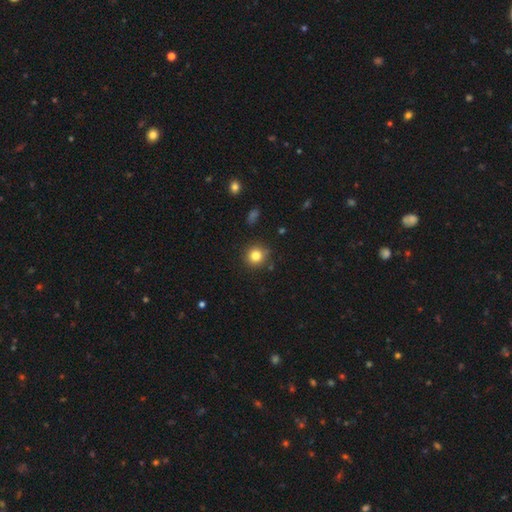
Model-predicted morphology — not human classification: Overall: smooth (82%). How rounded: round (92%). Merging: none (87%).